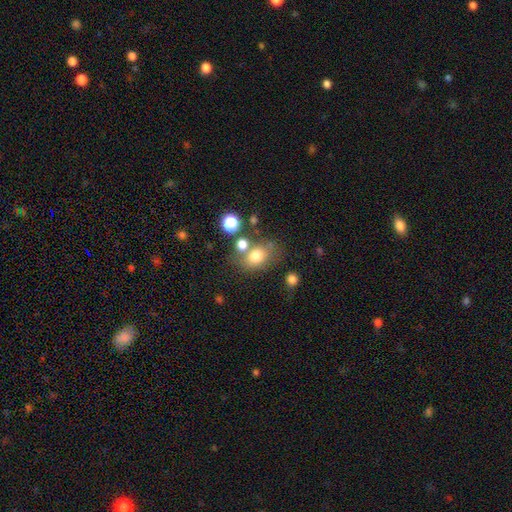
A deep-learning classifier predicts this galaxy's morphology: smooth 74%, featured or disk 13%, star or artifact 13%. Down the decision tree: how rounded — in between (63%); merging — none (58%).